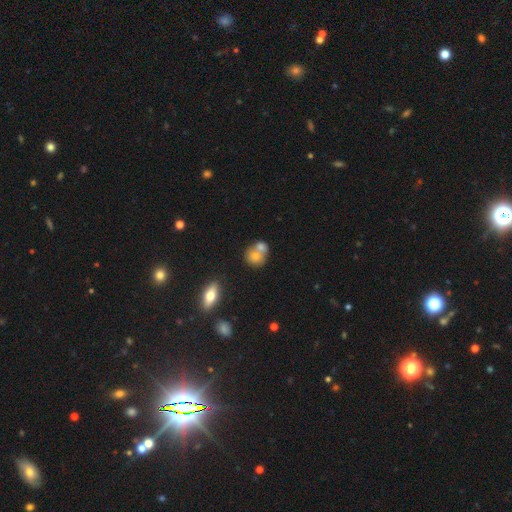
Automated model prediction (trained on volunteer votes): This appears to be a smooth galaxy with no disk features (72%) that is round (72%). Merging: merger (54%).